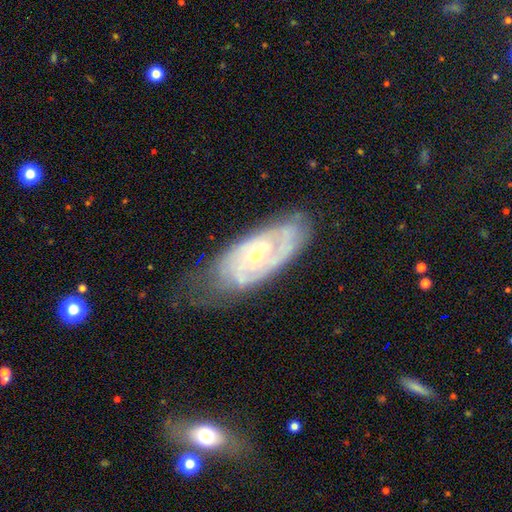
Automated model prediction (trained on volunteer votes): Smooth or featured? Predicted: featured or disk (p=0.80). Edge-on disk? Predicted: no (p=0.91). Bar? Predicted: no (p=0.72). Spiral arms? Predicted: yes (p=0.88). Spiral winding? Predicted: tight (p=0.66). Spiral arm count? Predicted: can't tell (p=0.48). Bulge size? Predicted: small (p=0.57). Merging? Predicted: none (p=0.58).